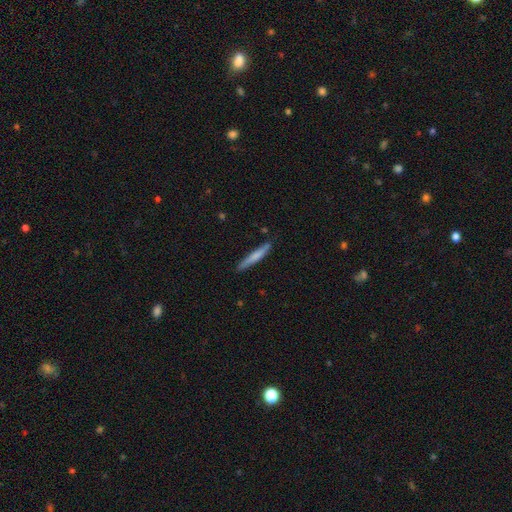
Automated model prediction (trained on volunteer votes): smooth_or_featured: smooth (p=0.68) [alt: featured or disk p=0.26]
how_rounded: cigar-shaped (p=0.95) [alt: in between p=0.04]
merging: none (p=0.82) [alt: minor disturbance p=0.13]